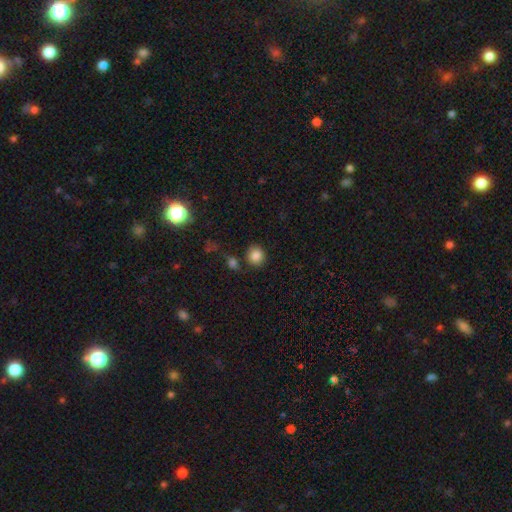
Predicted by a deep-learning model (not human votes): A smooth galaxy with no disk features (85%) that is round (85%). Merging: none (78%).